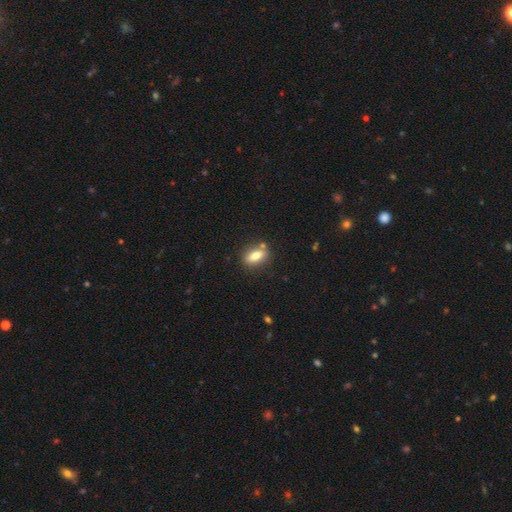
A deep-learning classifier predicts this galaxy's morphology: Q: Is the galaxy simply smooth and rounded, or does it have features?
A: smooth — 72%.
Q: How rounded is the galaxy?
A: in between — 75%.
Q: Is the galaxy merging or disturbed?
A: none — 78%.